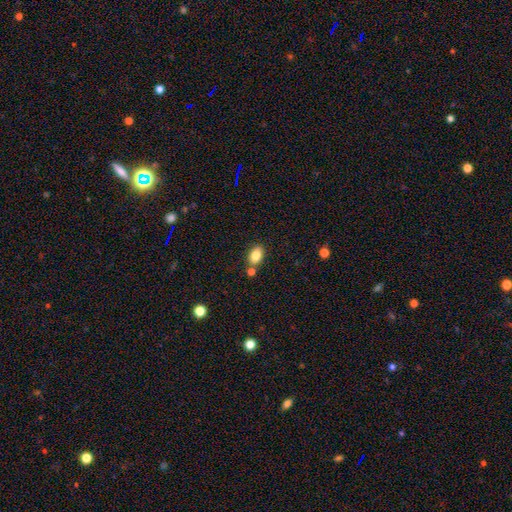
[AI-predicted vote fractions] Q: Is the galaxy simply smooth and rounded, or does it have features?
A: smooth — 82%.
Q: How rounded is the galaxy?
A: in between — 86%.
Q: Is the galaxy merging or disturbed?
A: none — 70%.